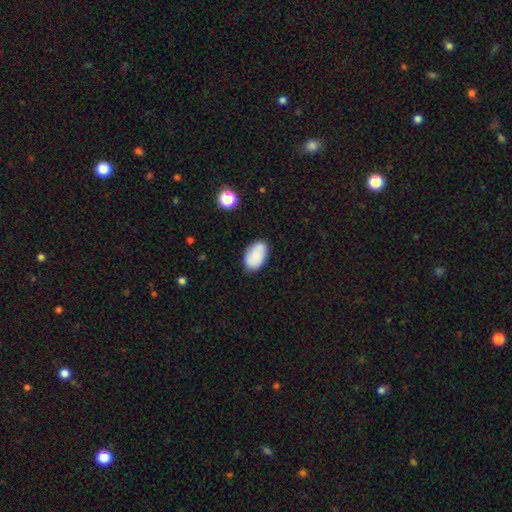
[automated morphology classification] This is likely a smooth galaxy (77%). How rounded: clearly in between (91%). Merging: clearly none (82%).